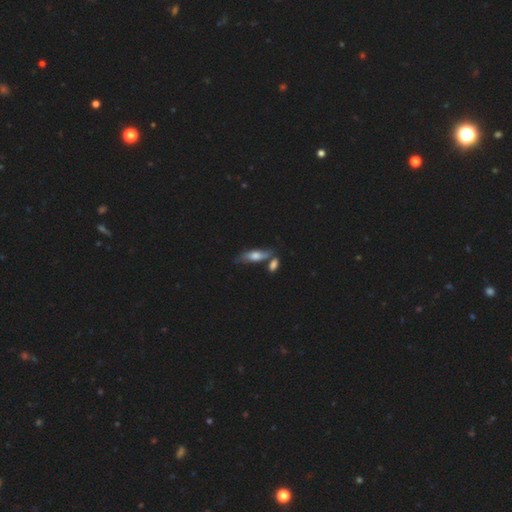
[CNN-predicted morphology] Smooth or featured: smooth — 54% (featured or disk — 38%)
How rounded: in between — 56% (cigar-shaped — 40%)
Merging: none — 56% (merger — 22%)